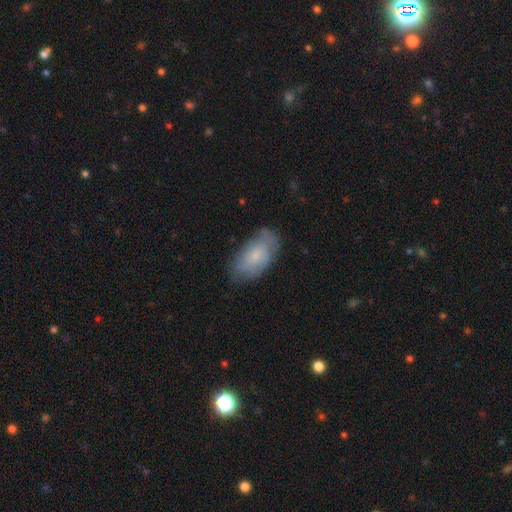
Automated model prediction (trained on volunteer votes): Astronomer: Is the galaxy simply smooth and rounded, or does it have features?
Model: smooth — 65%.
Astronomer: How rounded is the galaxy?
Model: in between — 93%.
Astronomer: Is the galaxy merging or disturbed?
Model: none — 69%.